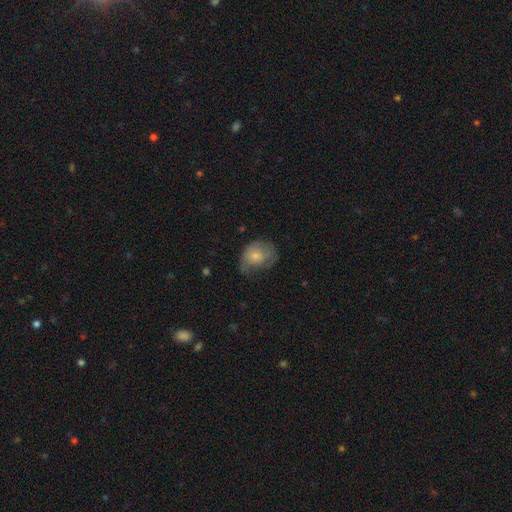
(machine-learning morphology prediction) Smooth or featured: smooth — 65% (featured or disk — 27%)
How rounded: in between — 52% (round — 47%)
Merging: none — 37% (minor disturbance — 34%)